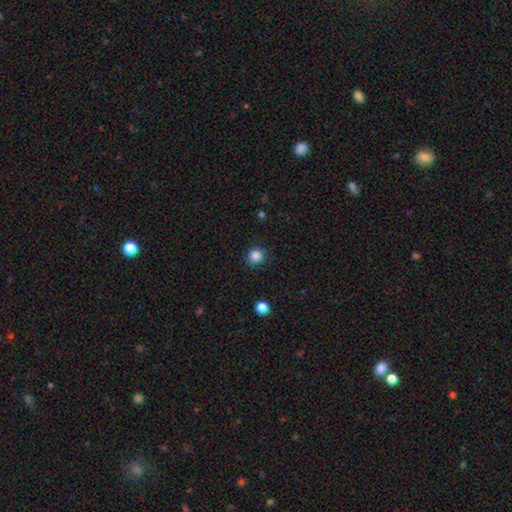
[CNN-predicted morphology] This appears to be a smooth galaxy with no disk features (85%) that is round (92%). Merging: none (86%).